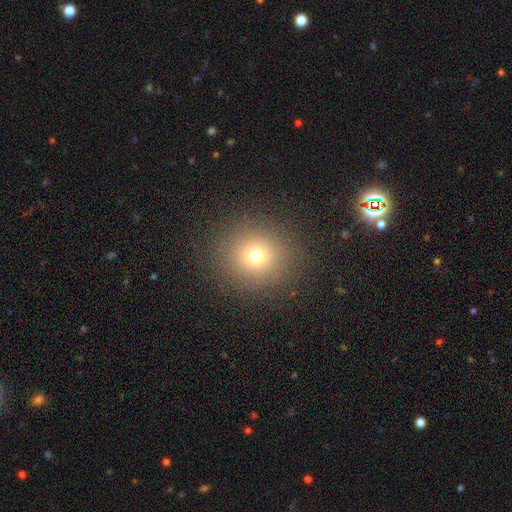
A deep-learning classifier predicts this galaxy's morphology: smooth-or-featured: smooth: 71% | star or artifact: 19% | featured or disk: 10%
  how-rounded: round: 90% | in between: 9% | cigar-shaped: 1%
  merging: none: 89% | minor disturbance: 7% | major disturbance: 4% | merger: 1%